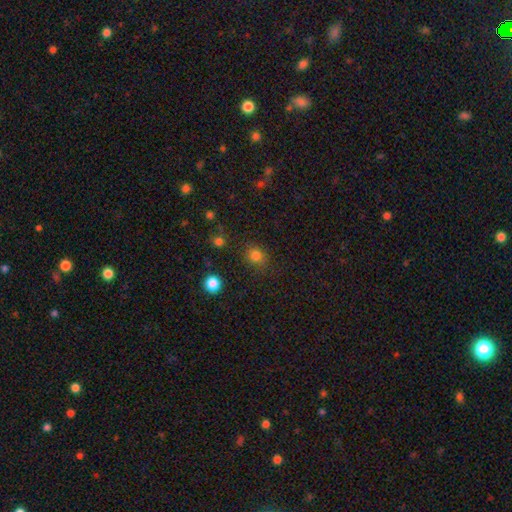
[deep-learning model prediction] smooth-or-featured: smooth: 80% | star or artifact: 15% | featured or disk: 5%
  how-rounded: round: 72% | in between: 27% | cigar-shaped: 1%
  merging: none: 82% | minor disturbance: 12% | major disturbance: 4% | merger: 2%